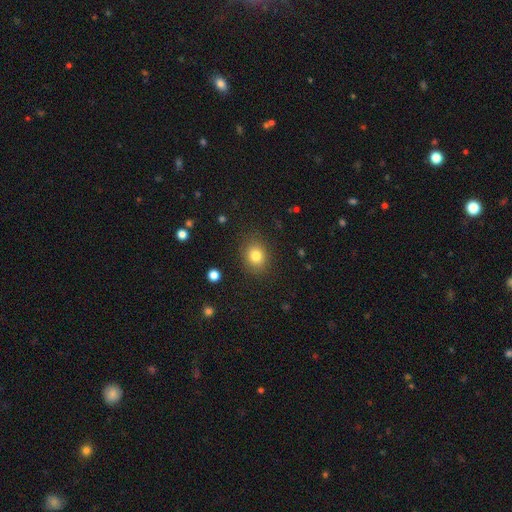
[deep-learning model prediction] smooth 81%, star or artifact 12%, featured or disk 8%. Down the decision tree: how rounded — round (60%); merging — none (86%).